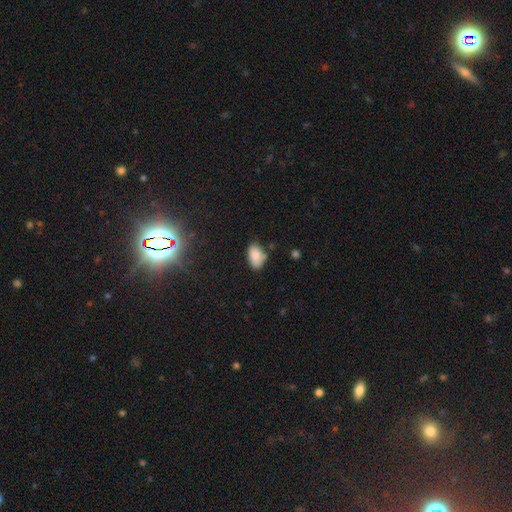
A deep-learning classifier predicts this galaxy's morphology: Smooth or featured? Predicted: smooth (p=0.85). How rounded? Predicted: in between (p=0.91). Merging? Predicted: none (p=0.65).